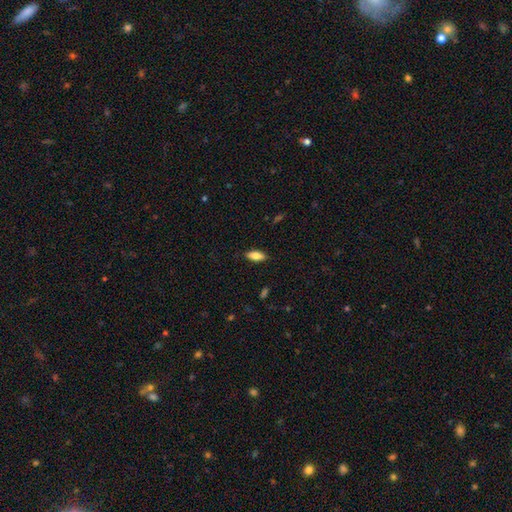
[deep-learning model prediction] Smooth or featured: smooth — 81% (featured or disk — 12%)
How rounded: in between — 80% (cigar-shaped — 18%)
Merging: none — 87% (minor disturbance — 10%)